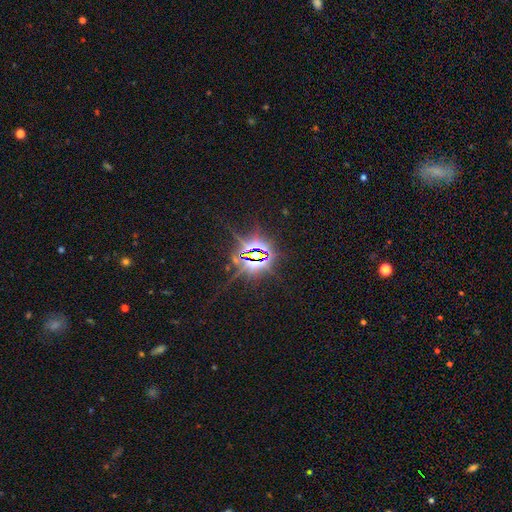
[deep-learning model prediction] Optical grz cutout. It shows a star or artifact, not a galaxy (83%).